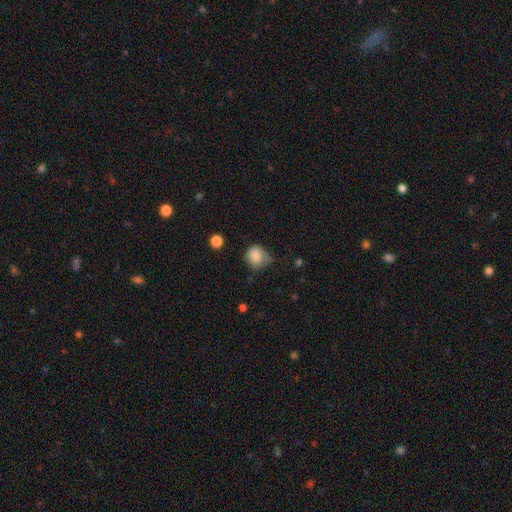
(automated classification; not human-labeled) Smooth or featured?
  - smooth: 82% *
  - star or artifact: 10%
  - featured or disk: 9%
How rounded?
  - round: 71% *
  - in between: 28%
  - cigar-shaped: 1%
Merging?
  - none: 47% *
  - minor disturbance: 38%
  - major disturbance: 12%
  - merger: 3%